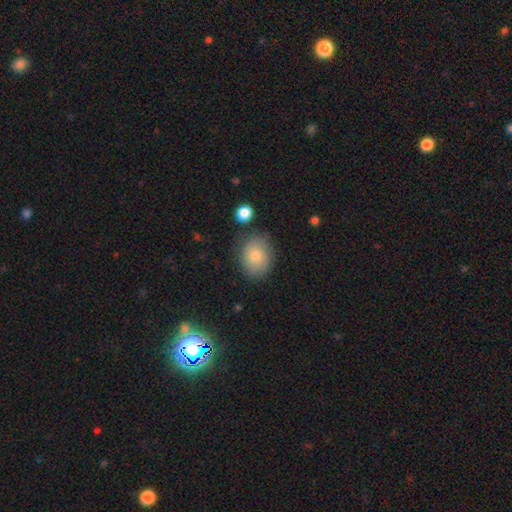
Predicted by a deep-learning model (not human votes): smooth-or-featured: smooth: 77% | featured or disk: 13% | star or artifact: 10%
  how-rounded: in between: 55% | round: 44% | cigar-shaped: 1%
  merging: none: 81% | minor disturbance: 14% | major disturbance: 3% | merger: 2%